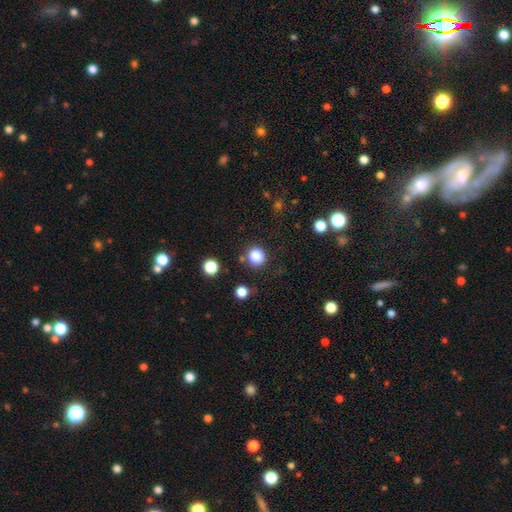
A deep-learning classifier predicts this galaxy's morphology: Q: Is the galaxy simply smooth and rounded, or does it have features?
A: smooth — 84%.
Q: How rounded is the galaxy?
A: round — 91%.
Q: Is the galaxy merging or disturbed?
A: none — 84%.